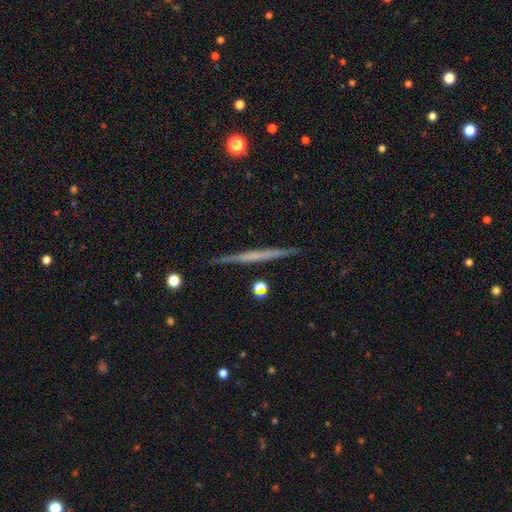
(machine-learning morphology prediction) Overall: featured or disk (62%; smooth 32%). Edge-on disk: yes (98%). Edge-on bulge: none (86%). Merging: none (91%).